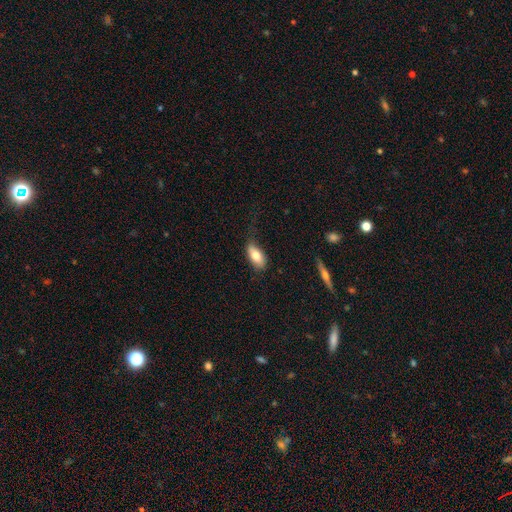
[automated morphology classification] Overall: smooth (77%). How rounded: in between (90%). Merging: none (60%; minor disturbance 28%).